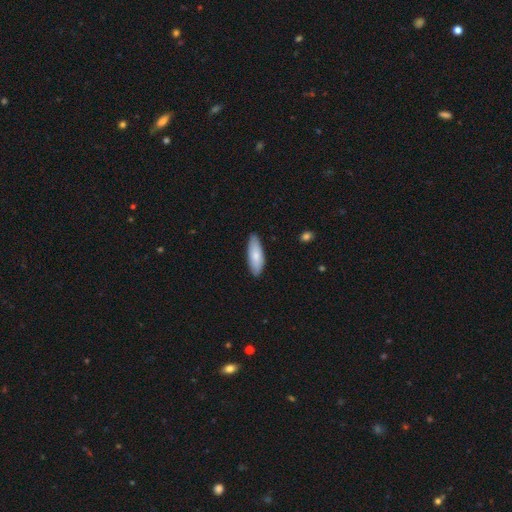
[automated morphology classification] type=smooth (78%); roundness=in between (65%); merging=none (84%).